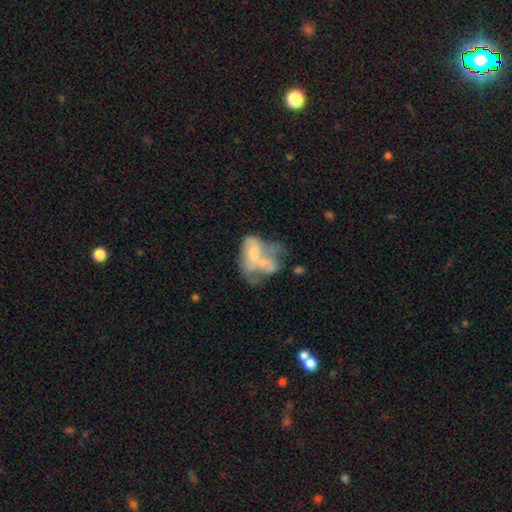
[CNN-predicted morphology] Smooth or featured? featured or disk (52%)
Edge-on disk? no (97%)
Bar? no (83%)
Spiral arms? no (86%)
Bulge size? none (38%)
Merging? merger (38%)